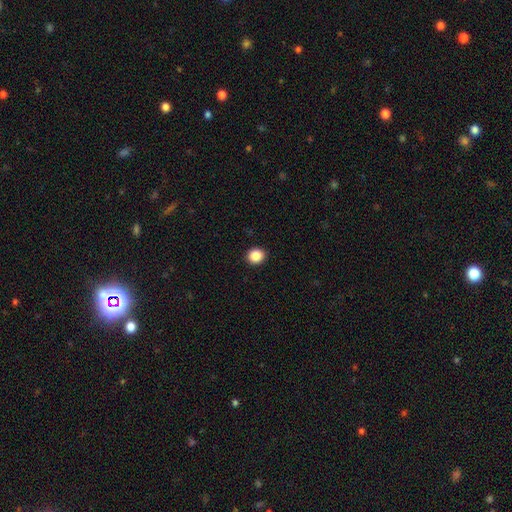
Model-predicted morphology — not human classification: Smooth or featured?
  - smooth: 87% *
  - star or artifact: 9%
  - featured or disk: 3%
How rounded?
  - round: 82% *
  - in between: 17%
  - cigar-shaped: 1%
Merging?
  - none: 93% *
  - minor disturbance: 5%
  - major disturbance: 2%
  - merger: 1%